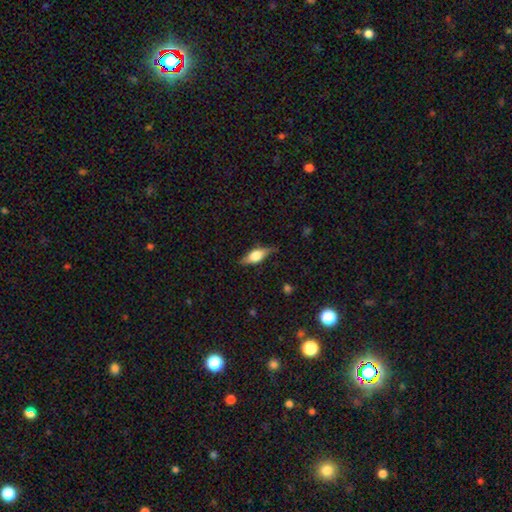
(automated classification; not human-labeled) Smooth or featured? Predicted: smooth (p=0.49). Merging? Predicted: none (p=0.78).